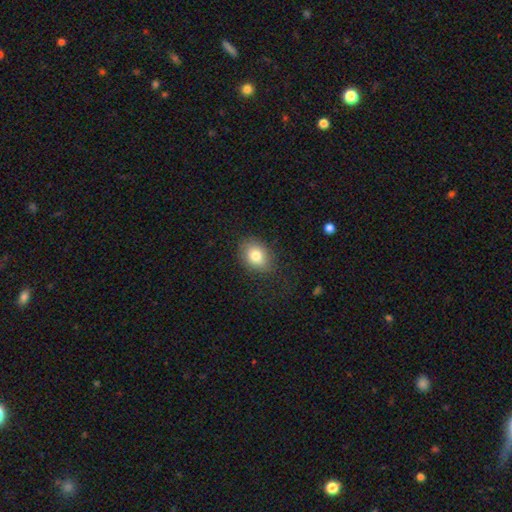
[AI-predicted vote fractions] This appears to be a smooth galaxy with no disk features (81%) that is in between round and cigar-shaped (68%). Merging: none (78%).